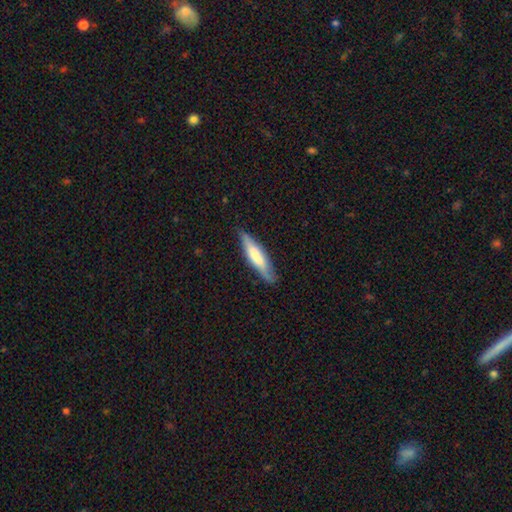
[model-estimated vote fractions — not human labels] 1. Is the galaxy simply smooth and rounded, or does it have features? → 60% smooth, 35% featured or disk, 5% star or artifact.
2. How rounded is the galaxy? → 77% cigar-shaped, 22% in between, 1% round.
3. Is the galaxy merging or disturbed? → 81% none, 15% minor disturbance, 3% major disturbance, 1% merger.